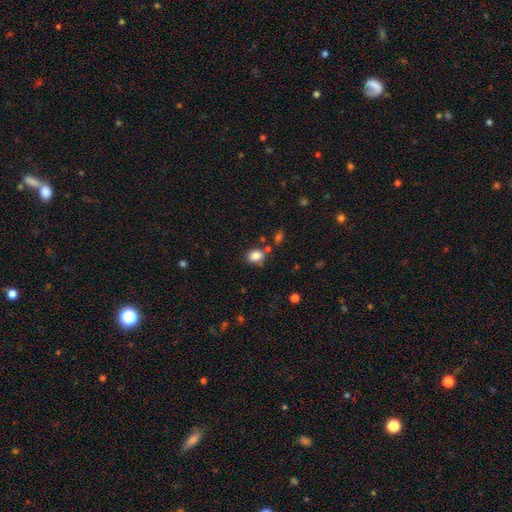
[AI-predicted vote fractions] Smooth or featured?
  - smooth: 85% *
  - star or artifact: 10%
  - featured or disk: 5%
How rounded?
  - in between: 57% *
  - round: 42%
  - cigar-shaped: 1%
Merging?
  - none: 69% *
  - minor disturbance: 16%
  - merger: 10%
  - major disturbance: 5%